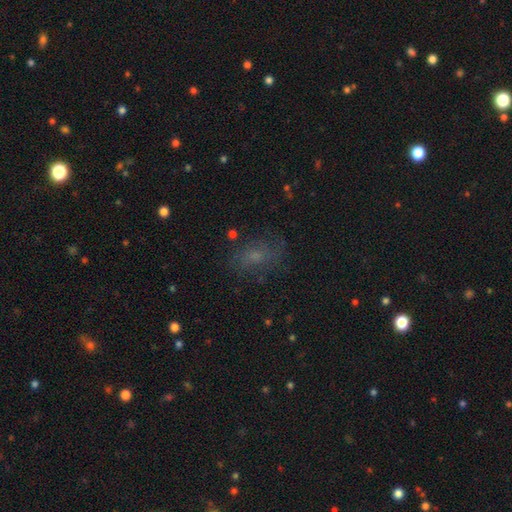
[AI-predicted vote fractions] Smooth or featured? Predicted: smooth (p=0.48). Merging? Predicted: none (p=0.70).